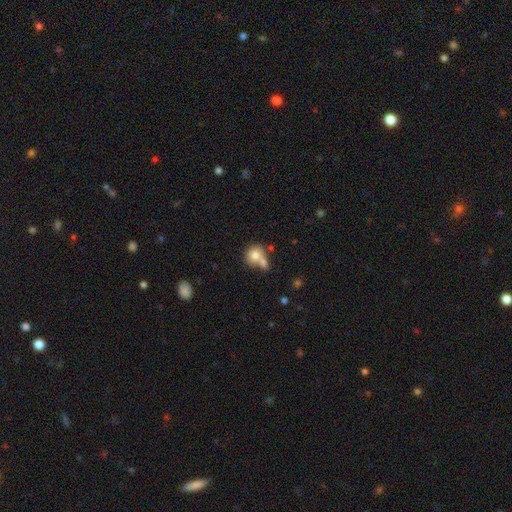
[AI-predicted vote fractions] Smooth or featured: smooth — 76% (featured or disk — 15%)
How rounded: round — 74% (in between — 25%)
Merging: merger — 48% (none — 34%)